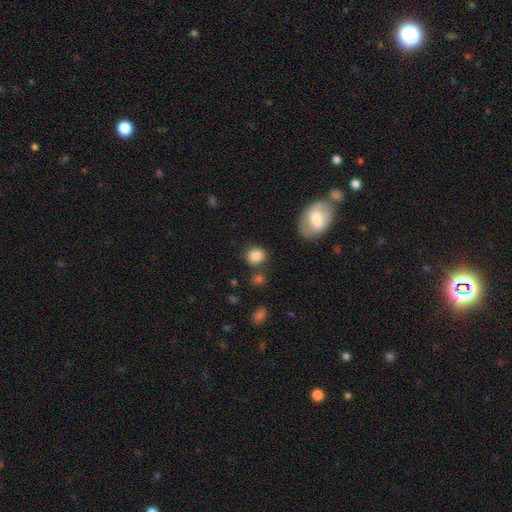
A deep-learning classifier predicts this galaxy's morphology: smooth_or_featured: smooth (p=0.85) [alt: star or artifact p=0.10]
how_rounded: round (p=0.79) [alt: in between p=0.20]
merging: none (p=0.79) [alt: minor disturbance p=0.11]